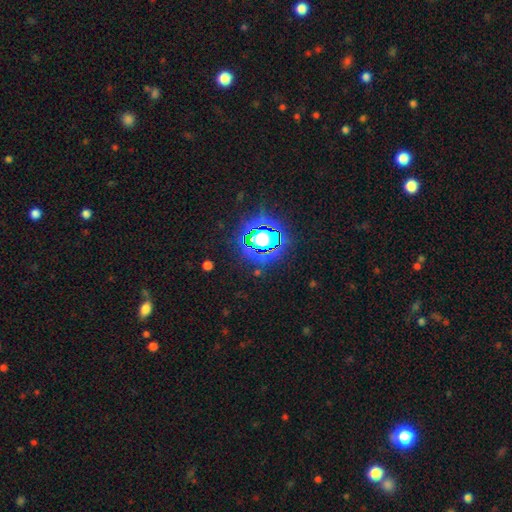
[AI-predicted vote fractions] Smooth or featured: star or artifact — 83% (smooth — 10%)